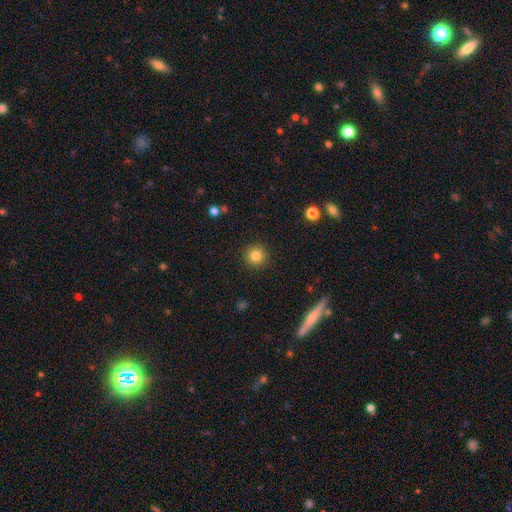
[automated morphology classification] This is clearly a smooth galaxy (82%). How rounded: clearly round (94%). Merging: clearly none (91%).